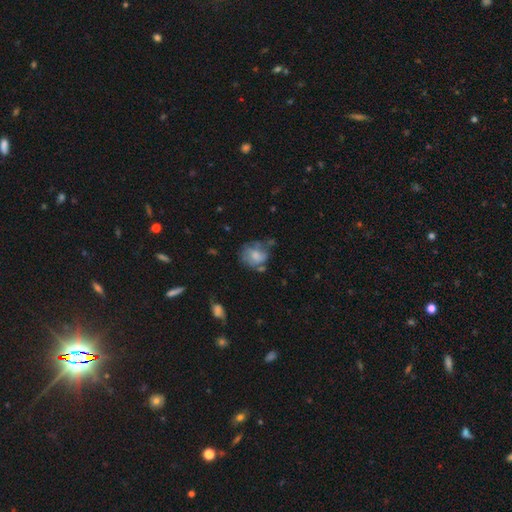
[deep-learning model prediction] smooth-or-featured: smooth: 53% | featured or disk: 39% | star or artifact: 8%
  how-rounded: round: 63% | in between: 36% | cigar-shaped: 1%
  merging: none: 44% | minor disturbance: 29% | major disturbance: 19% | merger: 9%